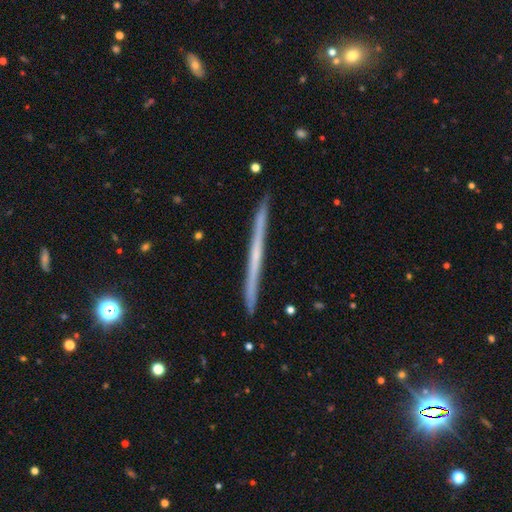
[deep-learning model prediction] Morphology: type=featured or disk (60%); edge-on=yes (98%); edge-on bulge=none (89%); merging=none (91%).